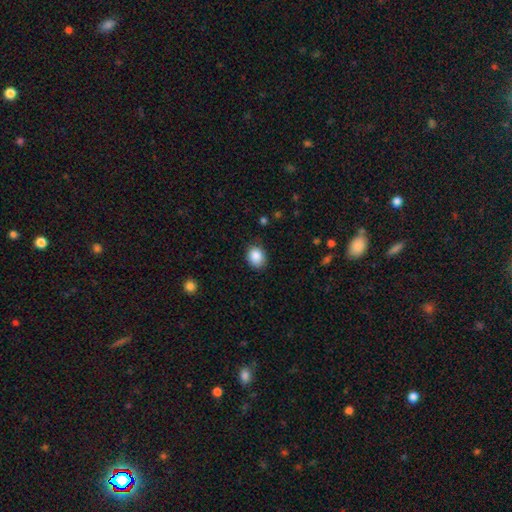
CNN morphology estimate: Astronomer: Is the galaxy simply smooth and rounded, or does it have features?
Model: smooth — 88%.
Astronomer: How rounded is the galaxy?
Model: round — 59% (runner-up: in between, 41%).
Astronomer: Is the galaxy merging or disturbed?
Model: none — 83%.